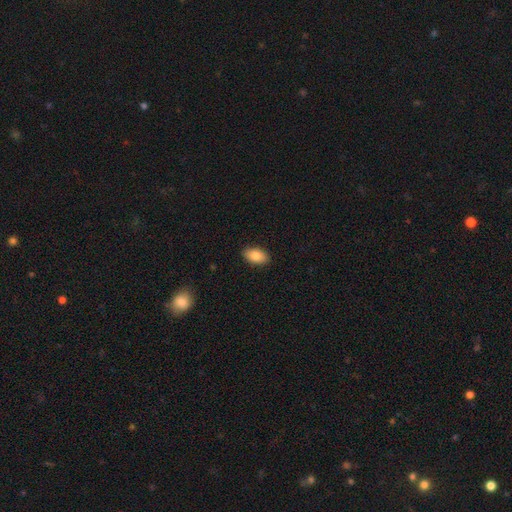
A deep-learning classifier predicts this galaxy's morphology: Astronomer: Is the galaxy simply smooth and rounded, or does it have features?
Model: smooth — 85%.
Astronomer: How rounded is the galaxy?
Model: in between — 93%.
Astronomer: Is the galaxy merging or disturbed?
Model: none — 89%.